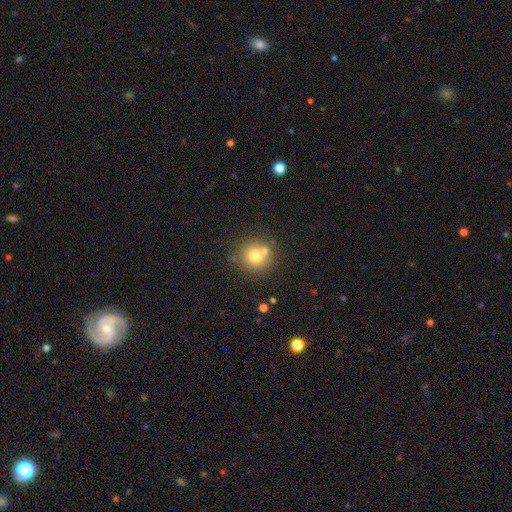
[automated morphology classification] Overall: smooth (72%). How rounded: round (92%). Merging: none (67%).